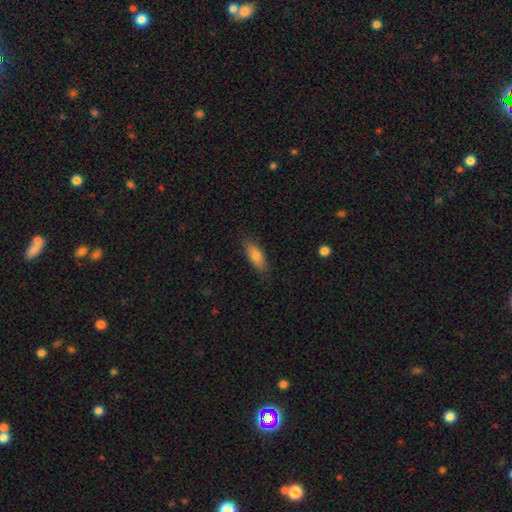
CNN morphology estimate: Smooth or featured?
  - smooth: 77% *
  - featured or disk: 15%
  - star or artifact: 7%
How rounded?
  - in between: 65% *
  - cigar-shaped: 33%
  - round: 3%
Merging?
  - none: 84% *
  - minor disturbance: 12%
  - major disturbance: 2%
  - merger: 1%